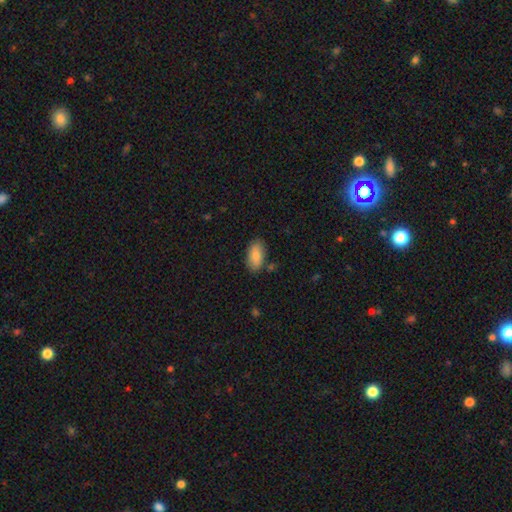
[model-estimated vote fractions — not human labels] Overall: smooth (83%). How rounded: in between (92%). Merging: none (80%).